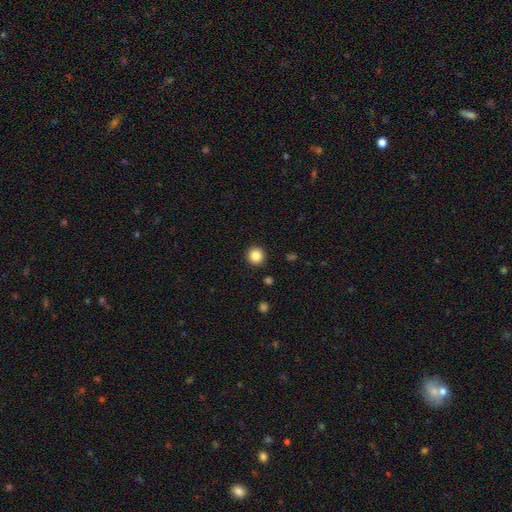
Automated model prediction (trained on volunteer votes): A smooth galaxy with no disk features (86%) that is round (94%).

Vote fractions:
- Smooth or featured? smooth: 86% / star or artifact: 10% / featured or disk: 4%
- How rounded? round: 94% / in between: 5% / cigar-shaped: 1%
- Merging? none: 92% / minor disturbance: 5% / major disturbance: 2% / merger: 1%